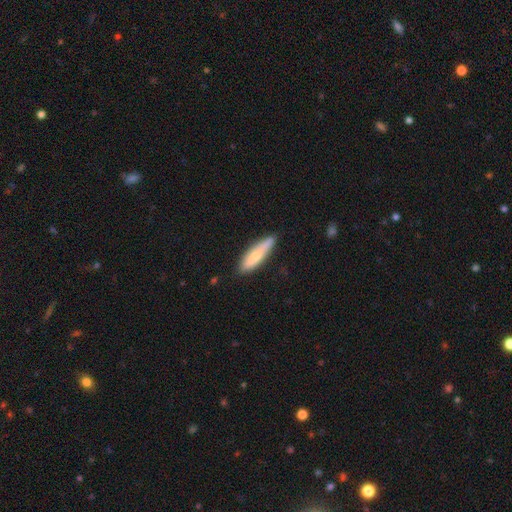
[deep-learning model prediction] smooth 67%, featured or disk 27%, star or artifact 6%. Down the decision tree: how rounded — cigar-shaped (70%); merging — none (77%).